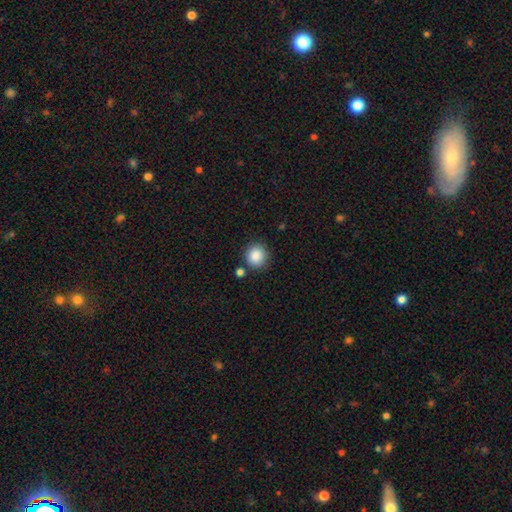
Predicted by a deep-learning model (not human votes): The model was most divided on "merging": none: 83%, minor disturbance: 9%, merger: 6%, major disturbance: 3%. More confident: how rounded — round (89%); smooth or featured — smooth (87%).